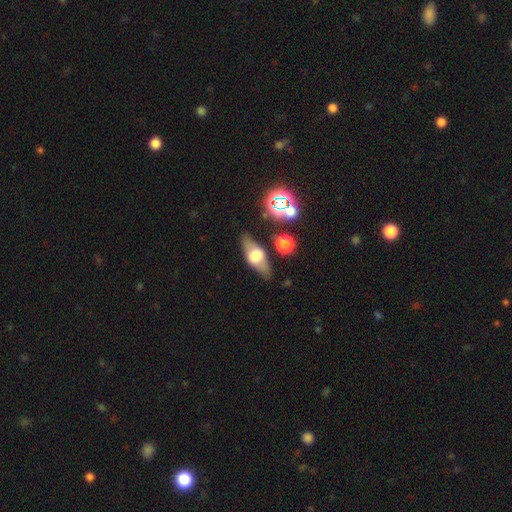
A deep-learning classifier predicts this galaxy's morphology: smooth_or_featured: featured or disk (p=0.50) [alt: smooth p=0.40]
disk_edge_on: yes (p=0.80) [alt: no p=0.20]
merging: none (p=0.79) [alt: minor disturbance p=0.13]